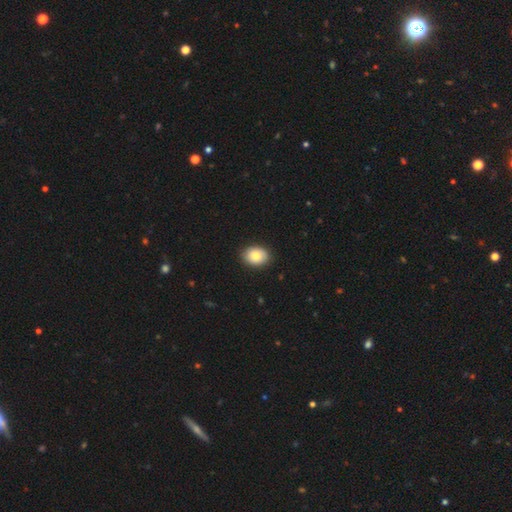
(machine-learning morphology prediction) This appears to be a smooth galaxy with no disk features (81%) that is in between round and cigar-shaped (64%). Merging: none (89%).